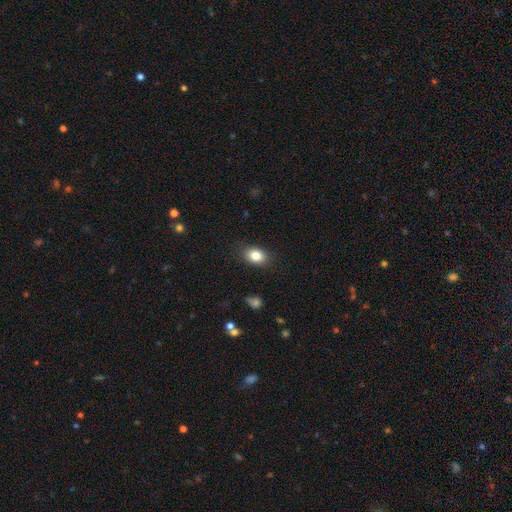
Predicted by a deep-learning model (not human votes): A smooth galaxy with no disk features (83%) that is in between round and cigar-shaped (78%).

Vote fractions:
- Smooth or featured? smooth: 83% / star or artifact: 9% / featured or disk: 8%
- How rounded? in between: 78% / round: 21% / cigar-shaped: 1%
- Merging? none: 85% / minor disturbance: 11% / major disturbance: 3% / merger: 1%